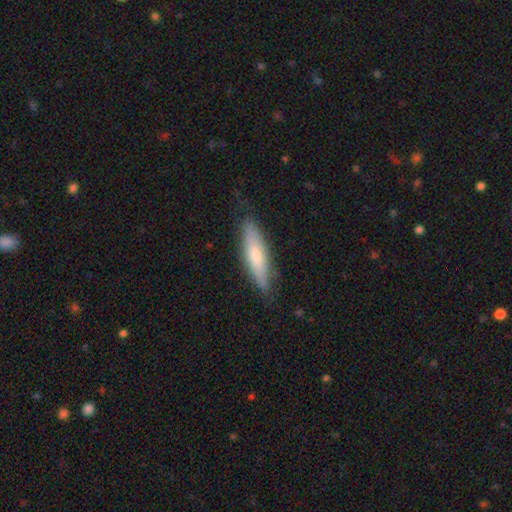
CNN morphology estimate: smooth 64%, featured or disk 30%, star or artifact 6%. Down the decision tree: how rounded — cigar-shaped (72%); merging — none (80%).